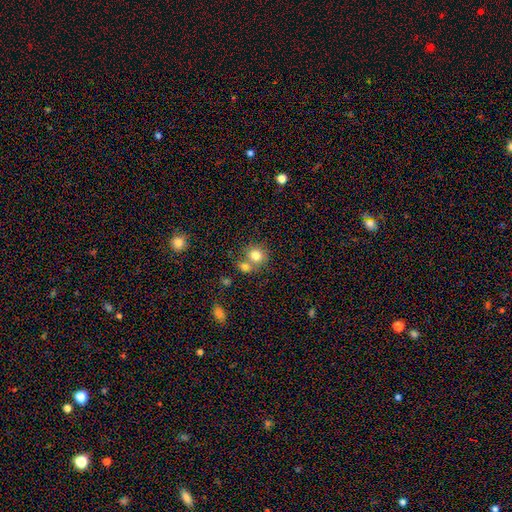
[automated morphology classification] Smooth or featured? Predicted: smooth (p=0.79). How rounded? Predicted: round (p=0.81). Merging? Predicted: none (p=0.49).